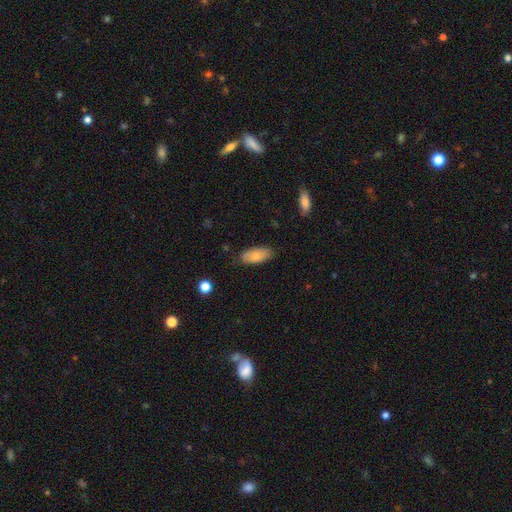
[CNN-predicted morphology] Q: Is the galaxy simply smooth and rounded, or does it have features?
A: smooth — 77%.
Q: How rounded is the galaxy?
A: in between — 89%.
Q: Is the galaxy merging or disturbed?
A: none — 80%.